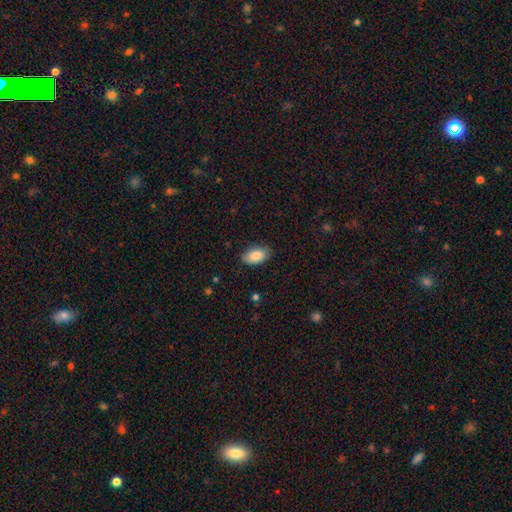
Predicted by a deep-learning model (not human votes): A smooth galaxy with no disk features (88%) that is in between round and cigar-shaped (94%).

Vote fractions:
- Smooth or featured? smooth: 88% / star or artifact: 6% / featured or disk: 6%
- How rounded? in between: 94% / round: 4% / cigar-shaped: 2%
- Merging? none: 80% / minor disturbance: 16% / major disturbance: 3% / merger: 1%